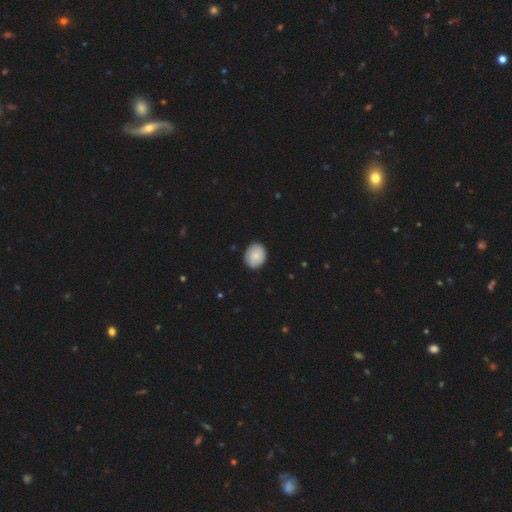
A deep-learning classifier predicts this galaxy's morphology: Q: Smooth or featured?
A: smooth (78%); runner-up: featured or disk (15%)
Q: How rounded?
A: round (60%); runner-up: in between (39%)
Q: Merging?
A: none (86%); runner-up: minor disturbance (11%)